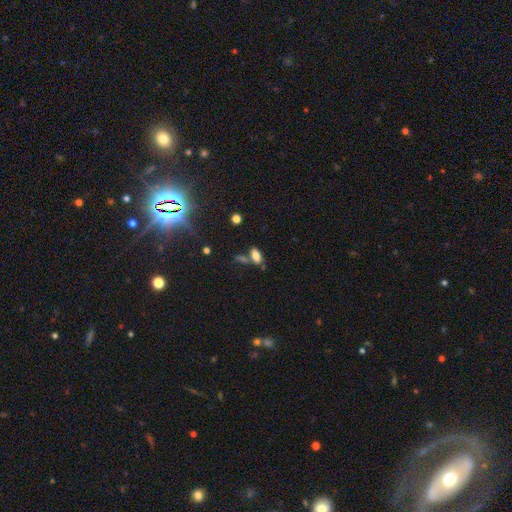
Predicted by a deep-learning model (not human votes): Overall: smooth (77%). How rounded: in between (87%). Merging: none (57%; merger 23%).